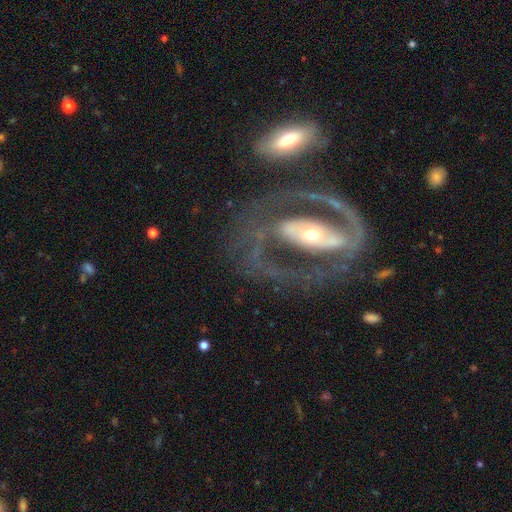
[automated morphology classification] smooth_or_featured: featured or disk (p=0.85) [alt: smooth p=0.09]
disk_edge_on: no (p=0.91) [alt: yes p=0.09]
bar: strong (p=0.50) [alt: no p=0.26]
has_spiral_arms: yes (p=0.71) [alt: no p=0.29]
spiral_winding: medium (p=0.43) [alt: tight p=0.39]
spiral_arm_count: 2 (p=0.77) [alt: can't tell p=0.11]
bulge_size: moderate (p=0.52) [alt: small p=0.39]
merging: none (p=0.58) [alt: major disturbance p=0.16]